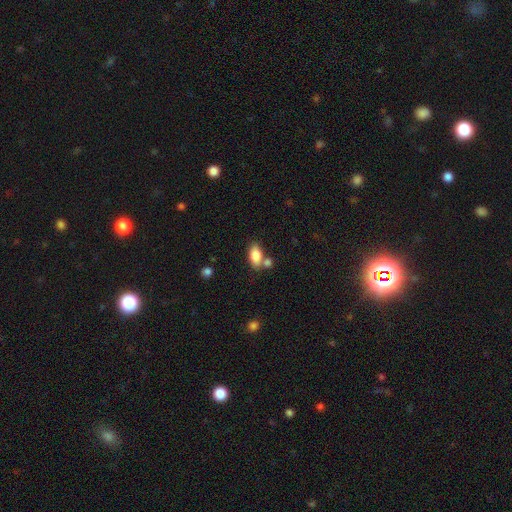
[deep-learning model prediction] Smooth or featured: smooth — 84% (featured or disk — 9%)
How rounded: in between — 91% (round — 5%)
Merging: none — 55% (merger — 27%)